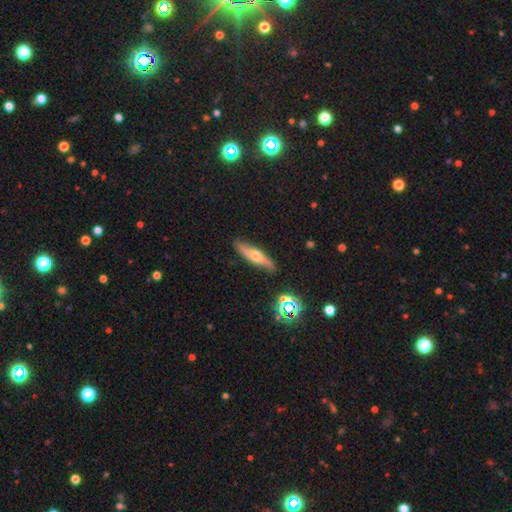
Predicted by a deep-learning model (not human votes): smooth-or-featured: featured or disk: 53% | smooth: 39% | star or artifact: 9%
  disk-edge-on: yes: 74% | no: 26%
  merging: none: 84% | minor disturbance: 12% | major disturbance: 2% | merger: 2%